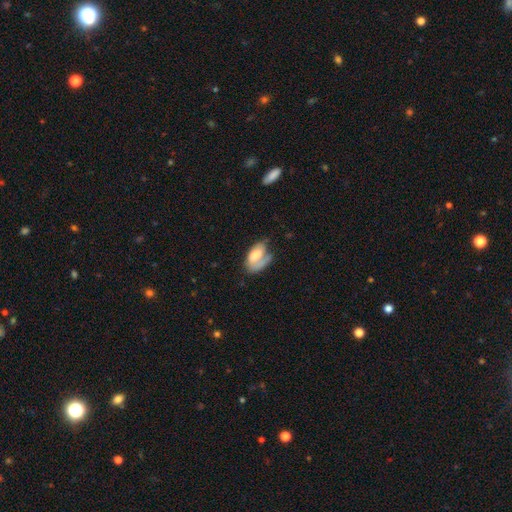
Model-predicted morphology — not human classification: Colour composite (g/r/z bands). It shows a smooth galaxy with no disk features (49%). Merging: none (37%).